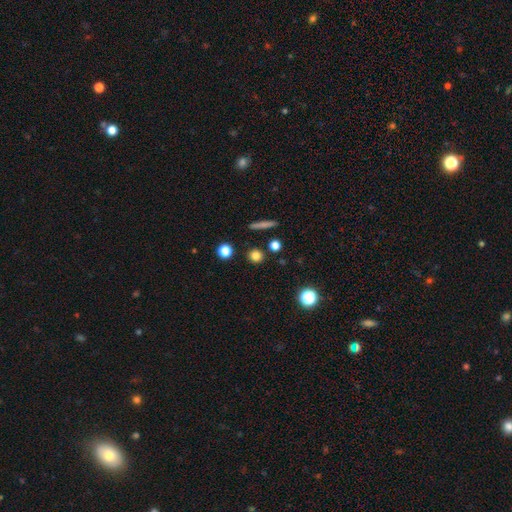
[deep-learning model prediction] A smooth galaxy with no disk features (80%) that is round (88%). Merging: none (88%).